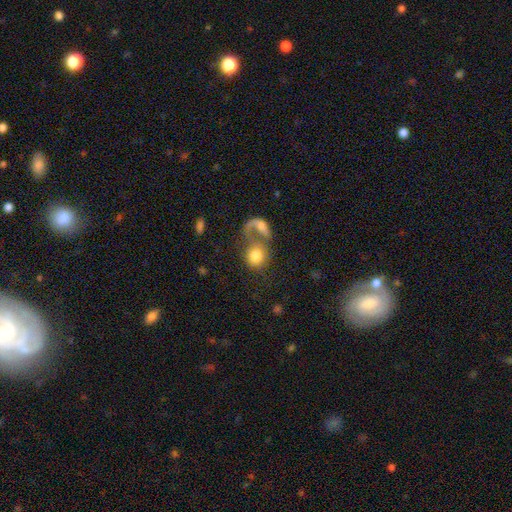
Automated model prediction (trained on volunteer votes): This appears to be a smooth galaxy with no disk features (64%) that is round (66%). Merging: merger (55%).